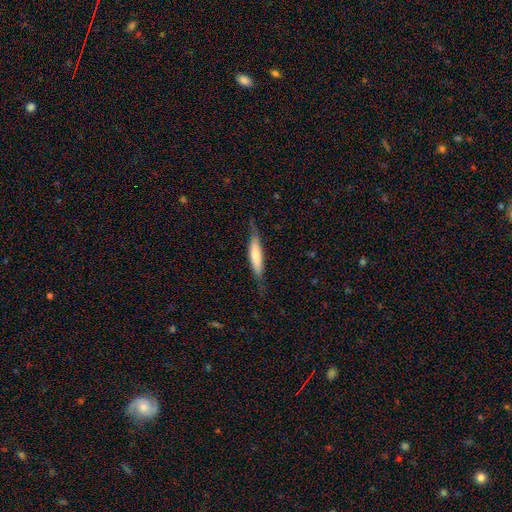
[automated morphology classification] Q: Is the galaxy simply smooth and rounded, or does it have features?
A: smooth — 60%.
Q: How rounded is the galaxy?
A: cigar-shaped — 81%.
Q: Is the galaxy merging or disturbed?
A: none — 72%.